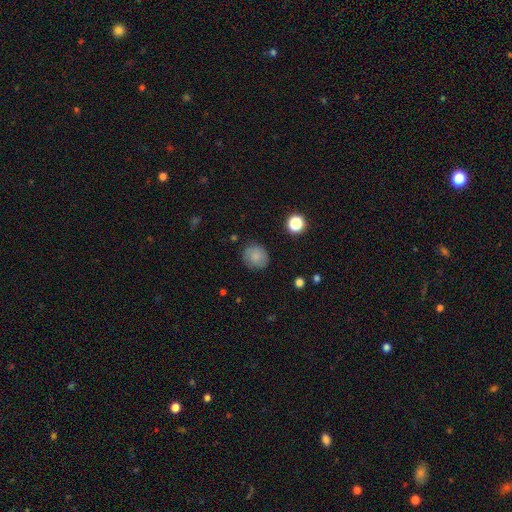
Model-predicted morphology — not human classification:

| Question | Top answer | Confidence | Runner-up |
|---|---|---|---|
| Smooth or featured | smooth | 81% | star or artifact (10%) |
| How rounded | round | 79% | in between (20%) |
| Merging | none | 82% | minor disturbance (13%) |